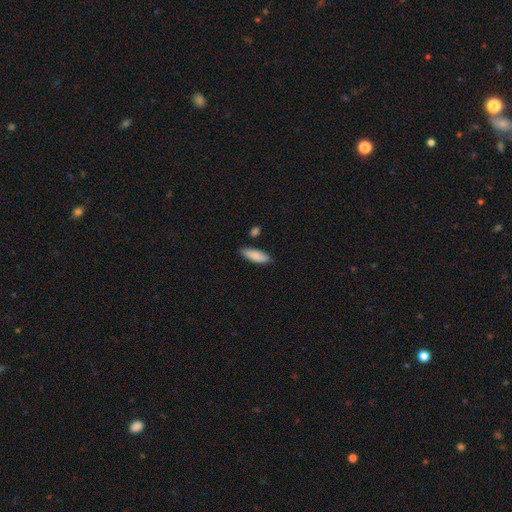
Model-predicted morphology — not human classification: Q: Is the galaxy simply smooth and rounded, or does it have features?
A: smooth — 85%.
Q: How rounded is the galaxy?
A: in between — 63%.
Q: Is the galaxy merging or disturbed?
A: none — 82%.